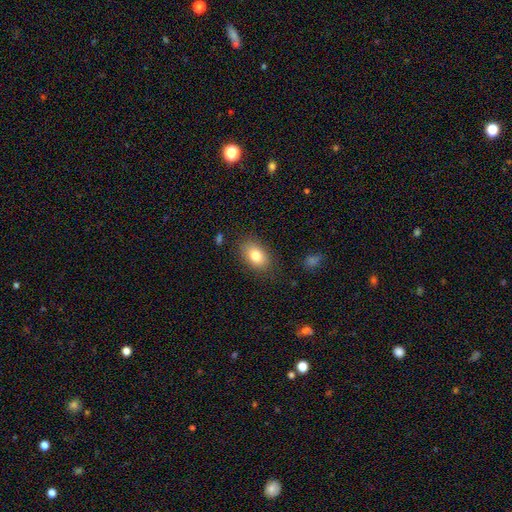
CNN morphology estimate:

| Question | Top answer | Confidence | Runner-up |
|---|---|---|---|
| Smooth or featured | smooth | 81% | featured or disk (11%) |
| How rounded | in between | 84% | round (14%) |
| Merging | none | 84% | minor disturbance (12%) |